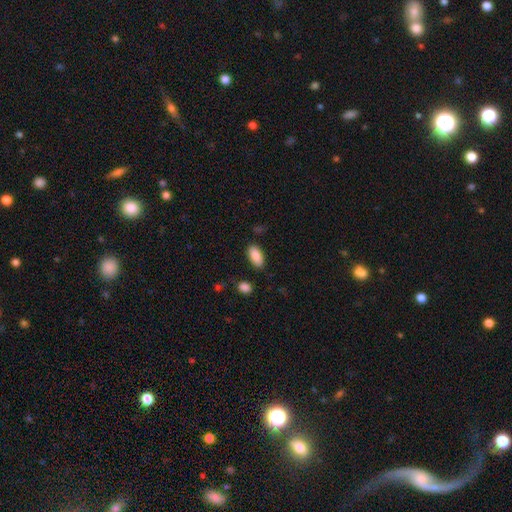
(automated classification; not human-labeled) Smooth or featured? Predicted: smooth (p=0.89). How rounded? Predicted: in between (p=0.92). Merging? Predicted: none (p=0.85).